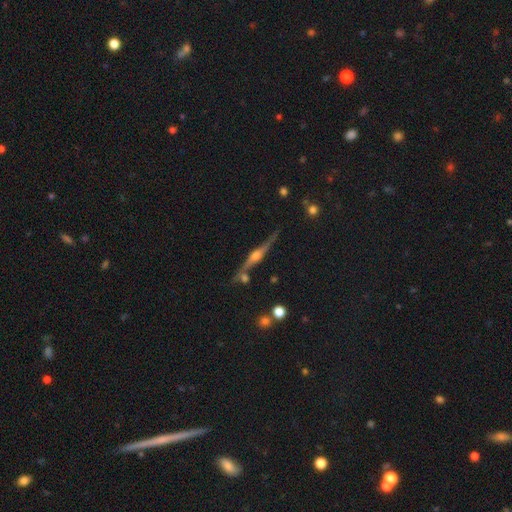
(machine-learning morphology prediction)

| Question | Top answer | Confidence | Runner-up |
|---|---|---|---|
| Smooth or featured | featured or disk | 81% | smooth (12%) |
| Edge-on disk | yes | 96% | no (4%) |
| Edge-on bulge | rounded | 89% | boxy (7%) |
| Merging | none | 74% | minor disturbance (14%) |